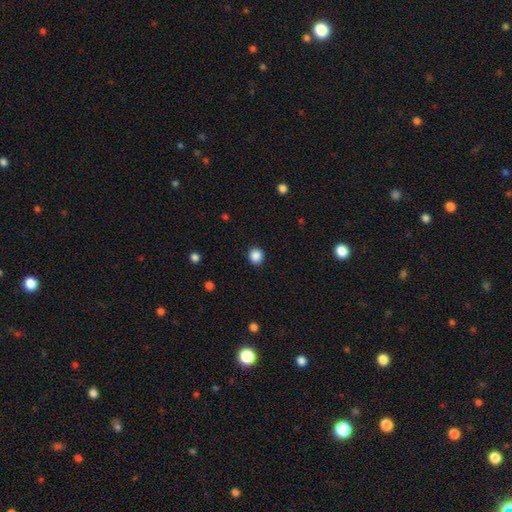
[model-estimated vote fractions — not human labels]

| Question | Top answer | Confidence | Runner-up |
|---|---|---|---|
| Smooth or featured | smooth | 87% | star or artifact (10%) |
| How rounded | round | 89% | in between (10%) |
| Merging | none | 92% | minor disturbance (5%) |